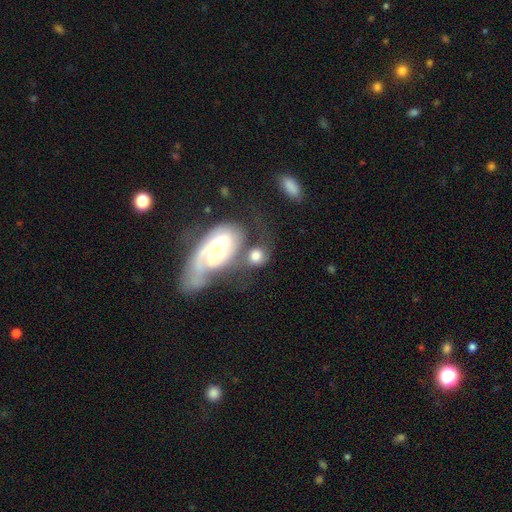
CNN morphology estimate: Smooth or featured? Predicted: smooth (p=0.59). How rounded? Predicted: round (p=0.62). Merging? Predicted: none (p=0.40).